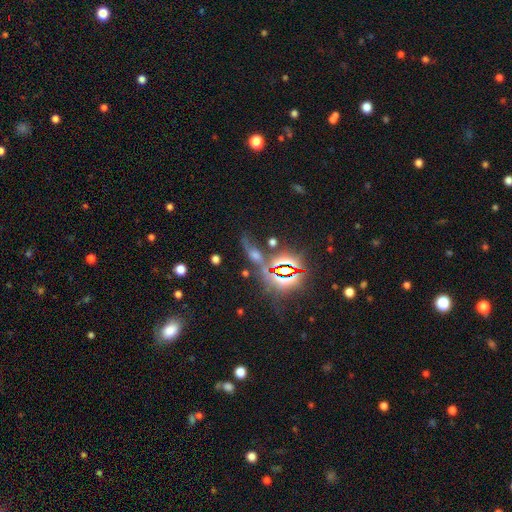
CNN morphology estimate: Smooth or featured: star or artifact — 54% (featured or disk — 26%)